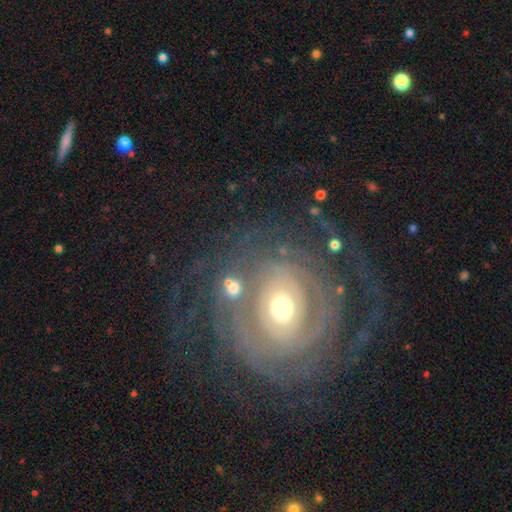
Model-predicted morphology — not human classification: Smooth or featured: featured or disk — 84% (smooth — 8%)
Edge-on disk: no — 97% (yes — 3%)
Bar: no — 59% (weak — 27%)
Spiral arms: yes — 91% (no — 9%)
Spiral winding: tight — 77% (medium — 17%)
Spiral arm count: can't tell — 34% (2 — 20%)
Bulge size: moderate — 64% (small — 26%)
Merging: none — 69% (minor disturbance — 14%)